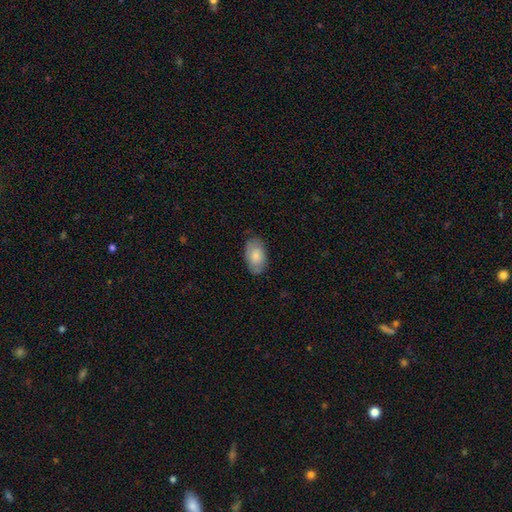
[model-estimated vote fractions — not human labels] smooth-or-featured: smooth: 78% | featured or disk: 16% | star or artifact: 6%
  how-rounded: in between: 94% | round: 4% | cigar-shaped: 2%
  merging: none: 79% | minor disturbance: 17% | major disturbance: 3% | merger: 1%